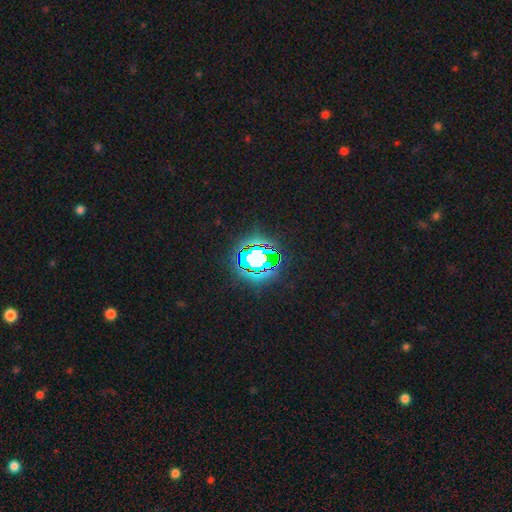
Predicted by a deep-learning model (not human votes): This appears to be a star or artifact, not a galaxy (67%).